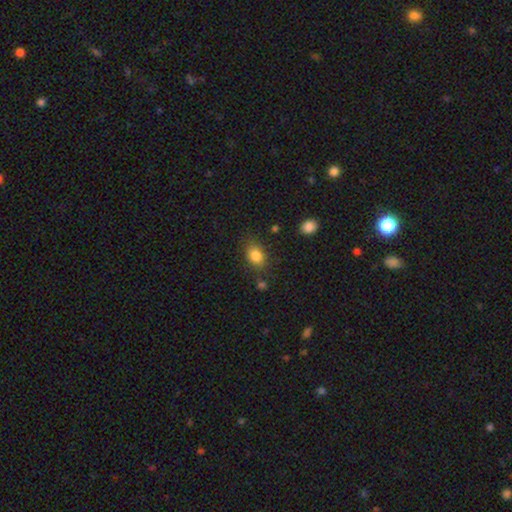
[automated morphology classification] Q: Smooth or featured?
A: smooth (84%); runner-up: star or artifact (10%)
Q: How rounded?
A: in between (71%); runner-up: round (28%)
Q: Merging?
A: none (73%); runner-up: minor disturbance (17%)